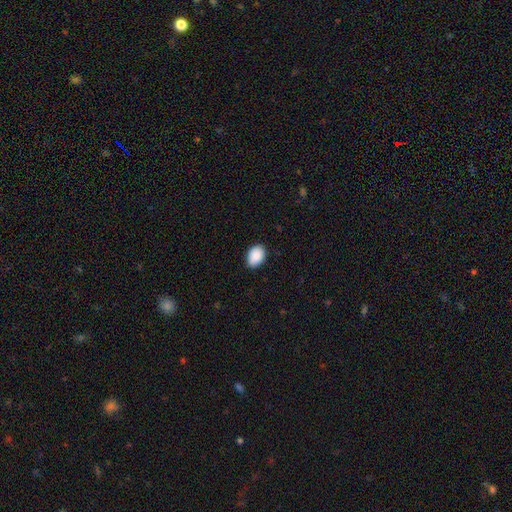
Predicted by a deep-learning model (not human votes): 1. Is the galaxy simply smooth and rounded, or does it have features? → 90% smooth, 7% star or artifact, 3% featured or disk.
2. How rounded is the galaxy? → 82% in between, 17% round, 1% cigar-shaped.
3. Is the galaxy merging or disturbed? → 85% none, 12% minor disturbance, 2% major disturbance, 1% merger.